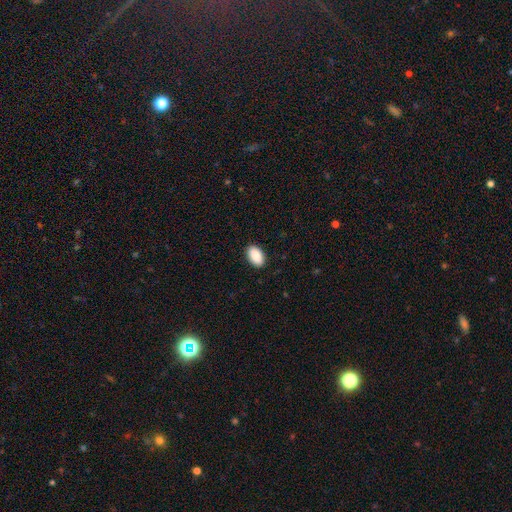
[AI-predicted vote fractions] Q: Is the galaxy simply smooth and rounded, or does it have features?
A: smooth — 90%.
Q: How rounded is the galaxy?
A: in between — 93%.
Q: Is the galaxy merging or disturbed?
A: none — 90%.